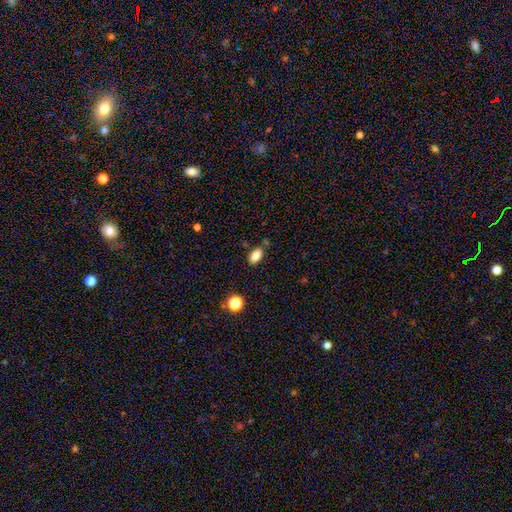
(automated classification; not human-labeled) The model was most divided on "merging": none: 76%, minor disturbance: 15%, merger: 6%, major disturbance: 3%. More confident: how rounded — in between (90%); smooth or featured — smooth (83%).